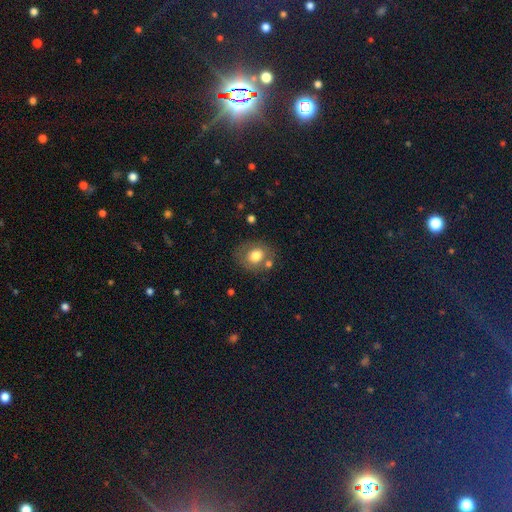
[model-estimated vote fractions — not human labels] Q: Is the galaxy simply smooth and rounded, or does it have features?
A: smooth — 74%.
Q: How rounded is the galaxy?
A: round — 64%.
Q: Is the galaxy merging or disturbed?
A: none — 69%.